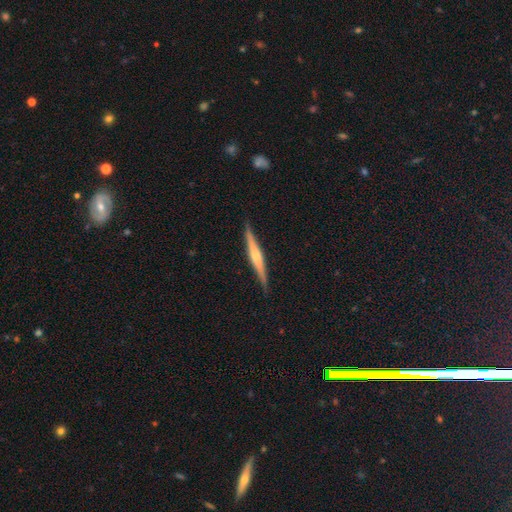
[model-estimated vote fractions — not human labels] Smooth or featured?
  - featured or disk: 65% *
  - smooth: 30%
  - star or artifact: 5%
Edge-on disk?
  - yes: 98% *
  - no: 2%
Edge-on bulge?
  - rounded: 67% *
  - none: 18%
  - boxy: 15%
Merging?
  - none: 89% *
  - minor disturbance: 8%
  - major disturbance: 1%
  - merger: 1%